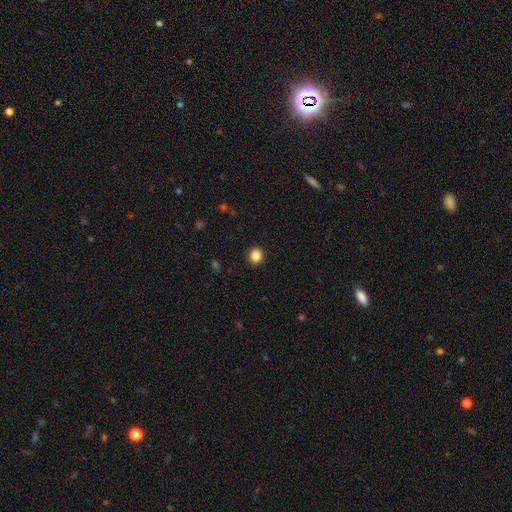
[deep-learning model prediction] This is clearly a smooth galaxy (86%). How rounded: clearly round (89%). Merging: clearly none (93%).